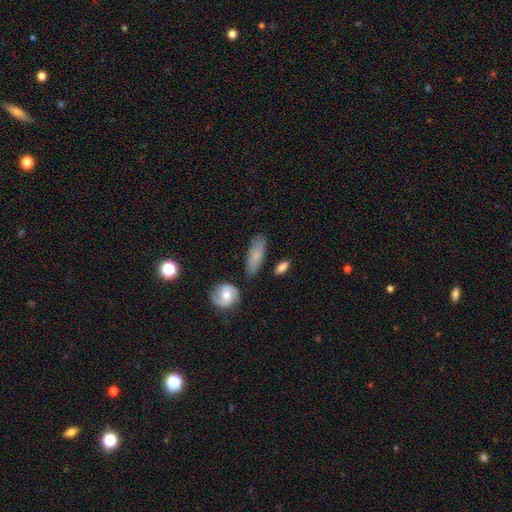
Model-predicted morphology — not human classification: The model was most divided on "how rounded": in between: 69%, cigar-shaped: 27%, round: 4%. More confident: merging — none (74%); smooth or featured — smooth (73%).